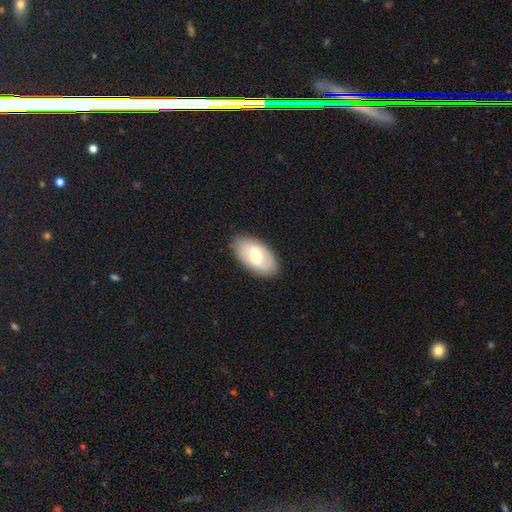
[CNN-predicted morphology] A smooth galaxy with no disk features (56%) that is in between round and cigar-shaped (94%).

Vote fractions:
- Smooth or featured? smooth: 56% / featured or disk: 38% / star or artifact: 6%
- How rounded? in between: 94% / round: 4% / cigar-shaped: 2%
- Merging? none: 85% / minor disturbance: 11% / major disturbance: 3% / merger: 1%